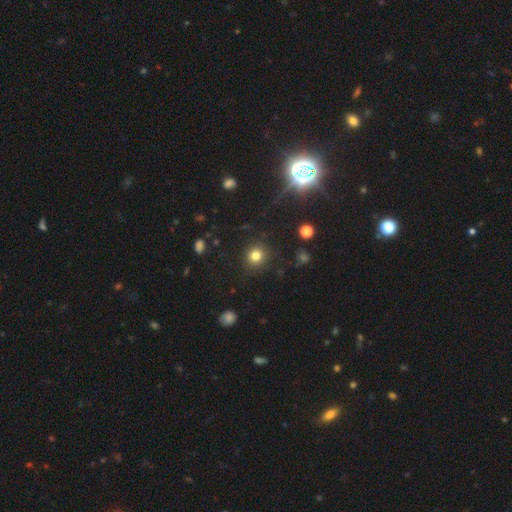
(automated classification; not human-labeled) smooth_or_featured: smooth (p=0.80) [alt: star or artifact p=0.13]
how_rounded: round (p=0.89) [alt: in between p=0.10]
merging: none (p=0.88) [alt: minor disturbance p=0.07]